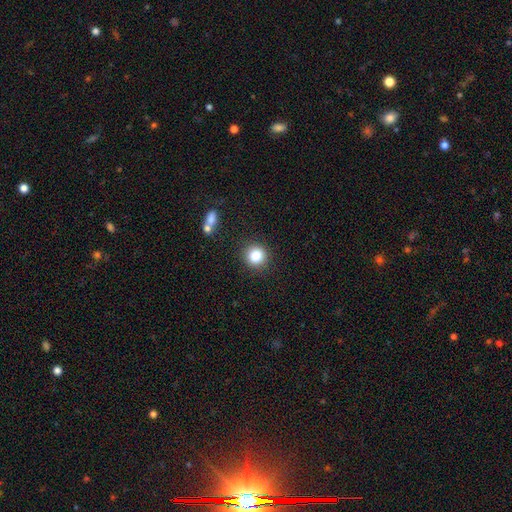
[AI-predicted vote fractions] The model was most divided on "smooth or featured": smooth: 85%, star or artifact: 10%, featured or disk: 5%. More confident: how rounded — round (91%); merging — none (88%).